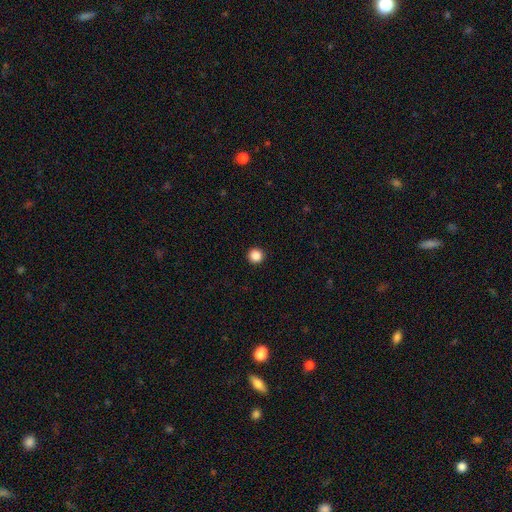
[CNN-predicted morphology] This appears to be a smooth galaxy with no disk features (86%) that is round (96%). Merging: none (94%).